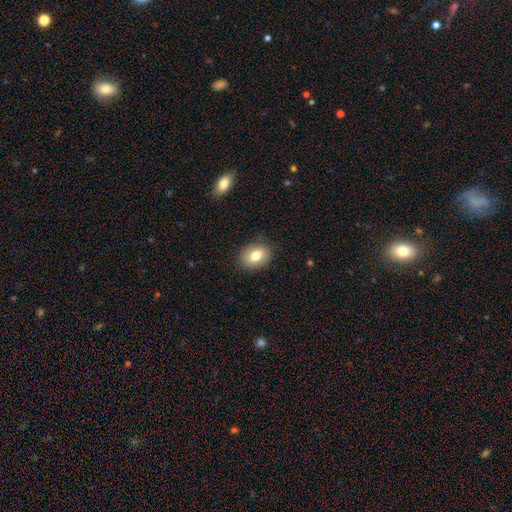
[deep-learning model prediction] Morphology: type=smooth (78%); roundness=in between (72%); merging=none (83%).